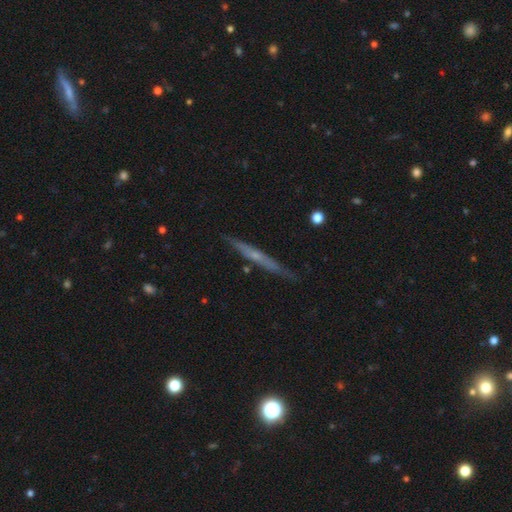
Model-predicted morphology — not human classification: smooth-or-featured: featured or disk: 59% | smooth: 34% | star or artifact: 7%
  disk-edge-on: yes: 95% | no: 5%
    edge-on-bulge: none: 64% | rounded: 32% | boxy: 5%
  merging: none: 83% | minor disturbance: 13% | major disturbance: 2% | merger: 2%